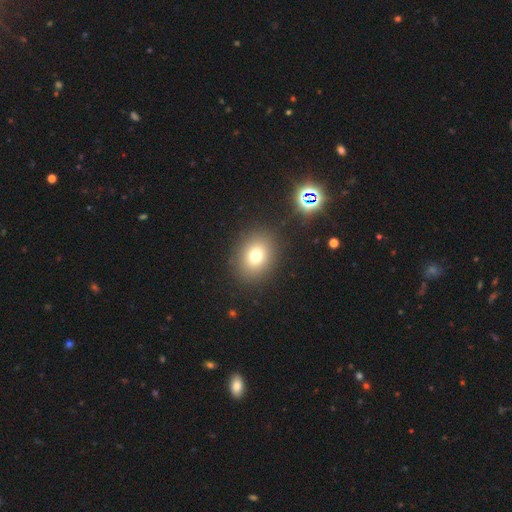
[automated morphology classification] Overall: smooth (74%). How rounded: round (53%; in between 46%). Merging: none (87%).